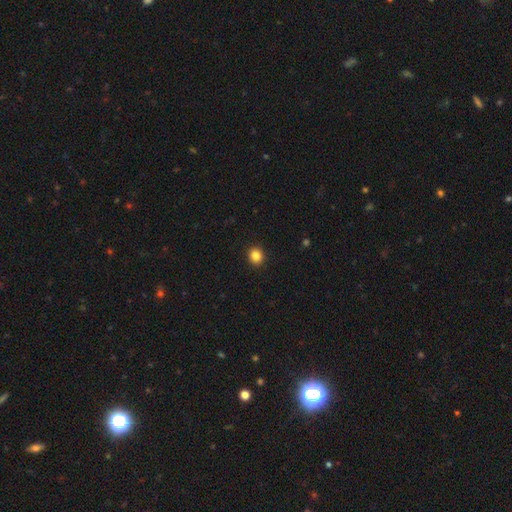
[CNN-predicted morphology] Q: Smooth or featured?
A: smooth (85%); runner-up: star or artifact (11%)
Q: How rounded?
A: round (82%); runner-up: in between (17%)
Q: Merging?
A: none (93%); runner-up: minor disturbance (5%)